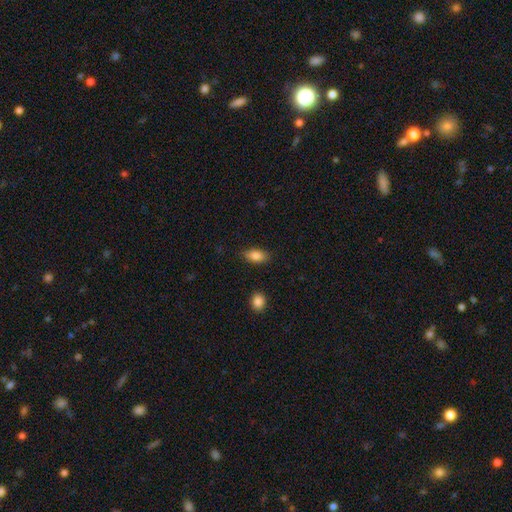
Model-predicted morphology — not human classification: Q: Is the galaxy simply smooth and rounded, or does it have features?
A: smooth — 86%.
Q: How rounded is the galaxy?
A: in between — 89%.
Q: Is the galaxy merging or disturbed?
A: none — 85%.